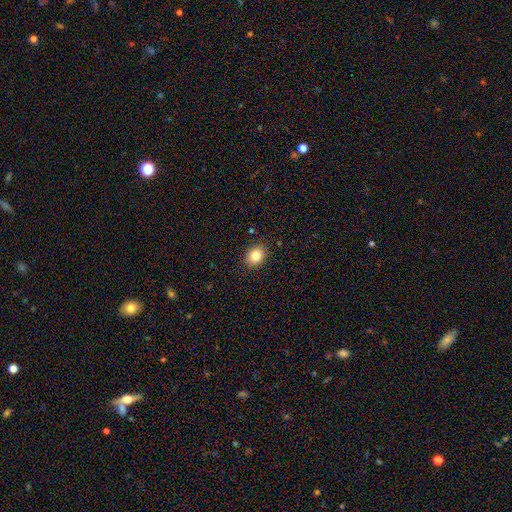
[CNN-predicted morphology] This is clearly a smooth galaxy (83%). How rounded: possibly in between (50%). Merging: clearly none (88%).